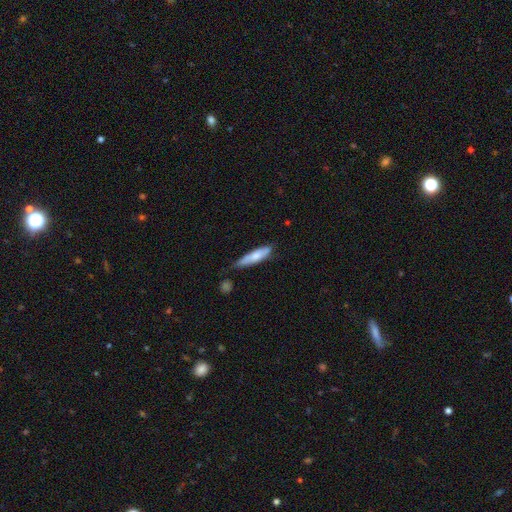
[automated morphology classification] smooth 70%, featured or disk 24%, star or artifact 6%. Down the decision tree: how rounded — cigar-shaped (72%); merging — none (57%).